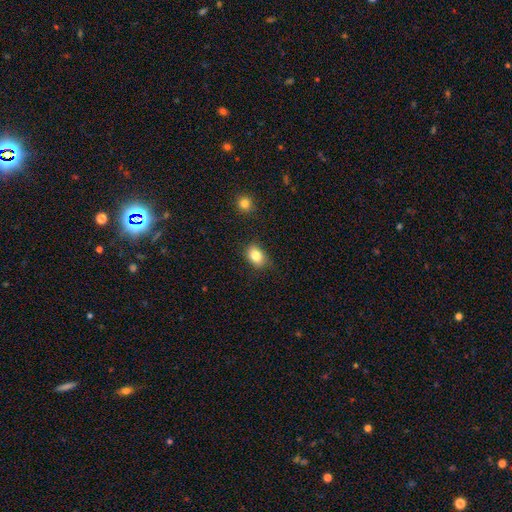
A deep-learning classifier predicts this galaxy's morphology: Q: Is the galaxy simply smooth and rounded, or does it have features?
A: smooth — 83%.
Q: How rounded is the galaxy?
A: in between — 70%.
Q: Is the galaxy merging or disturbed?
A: none — 78%.